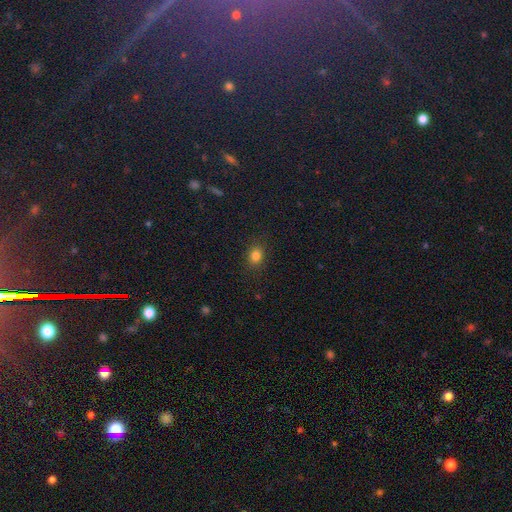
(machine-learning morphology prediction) Smooth or featured? Predicted: smooth (p=0.81). How rounded? Predicted: round (p=0.54). Merging? Predicted: none (p=0.87).